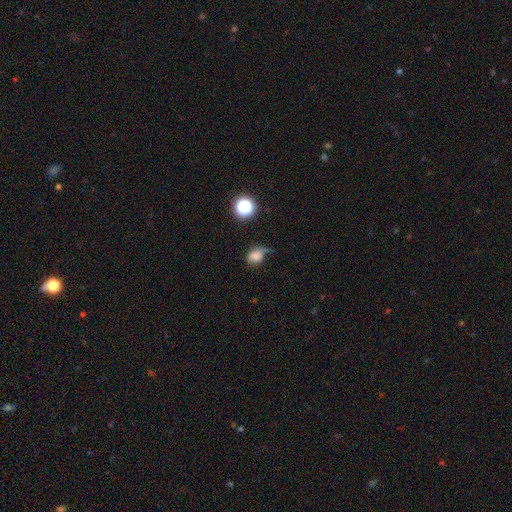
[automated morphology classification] A smooth galaxy with no disk features (71%) that is in between round and cigar-shaped (50%).

Vote fractions:
- Smooth or featured? smooth: 71% / star or artifact: 15% / featured or disk: 14%
- How rounded? in between: 50% / round: 48% / cigar-shaped: 2%
- Merging? minor disturbance: 35% / major disturbance: 30% / none: 29% / merger: 6%